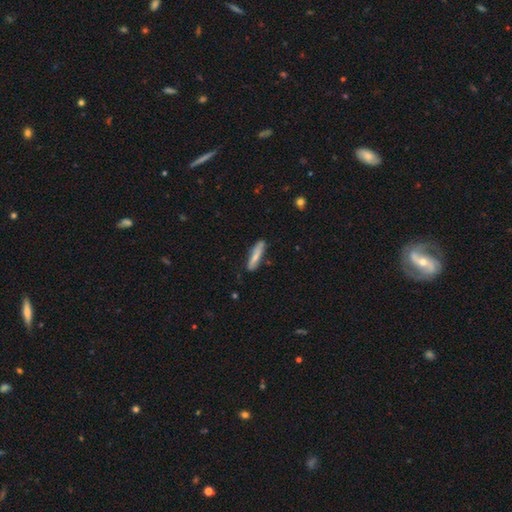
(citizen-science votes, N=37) Overall: smooth (68%; featured or disk 30%). How rounded: cigar-shaped (80%). Merging: none (81%).